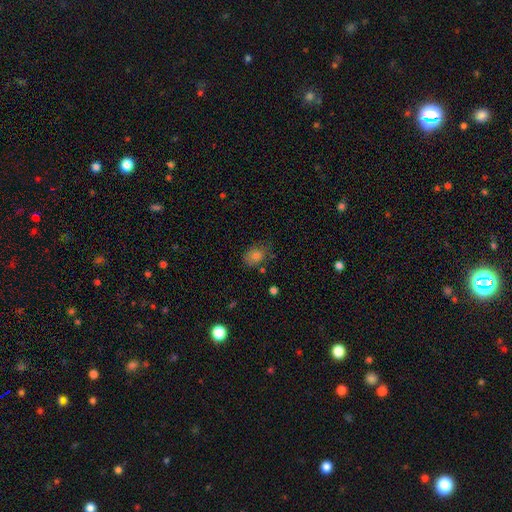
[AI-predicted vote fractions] A smooth galaxy with no disk features (74%) that is in between round and cigar-shaped (65%). Merging: none (62%).